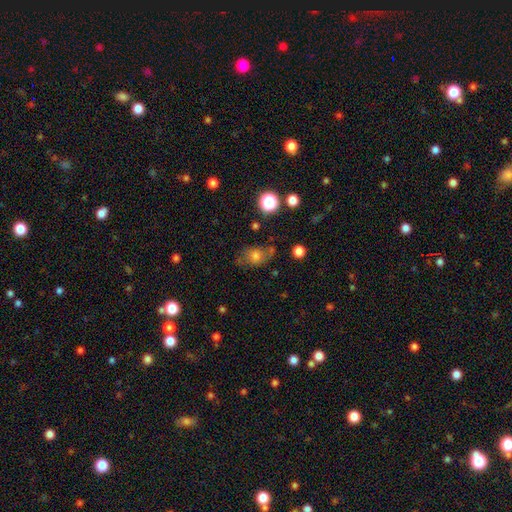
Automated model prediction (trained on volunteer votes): Smooth or featured? smooth (67%)
How rounded? in between (56%)
Merging? none (62%)